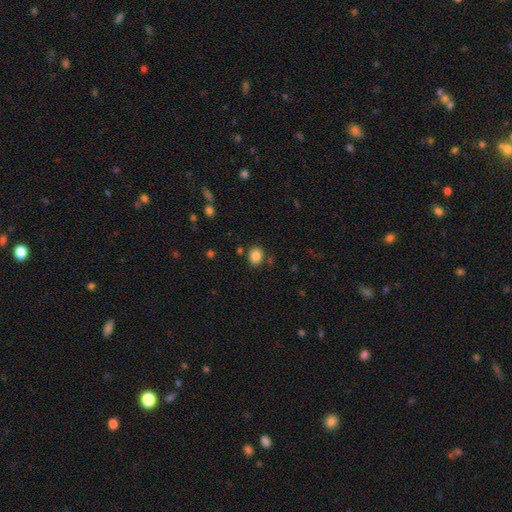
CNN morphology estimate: type=smooth (85%); roundness=round (53%); merging=none (81%).